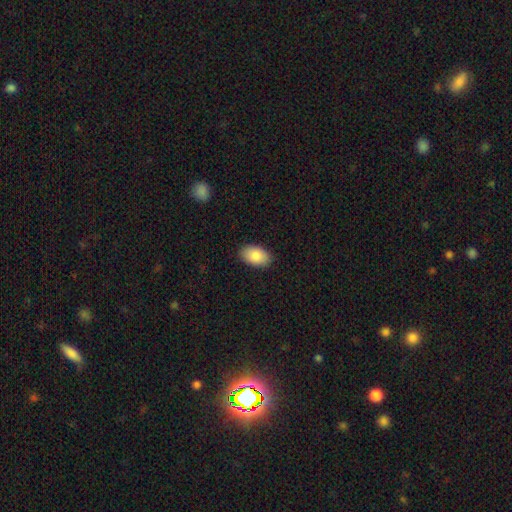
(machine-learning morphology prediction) A smooth galaxy with no disk features (88%) that is in between round and cigar-shaped (94%).

Vote fractions:
- Smooth or featured? smooth: 88% / star or artifact: 6% / featured or disk: 6%
- How rounded? in between: 94% / round: 5% / cigar-shaped: 1%
- Merging? none: 88% / minor disturbance: 9% / major disturbance: 2% / merger: 1%